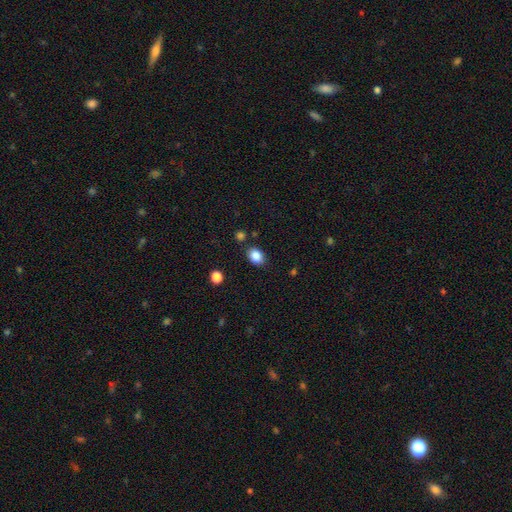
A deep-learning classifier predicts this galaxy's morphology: smooth-or-featured: smooth: 87% | star or artifact: 9% | featured or disk: 4%
  how-rounded: in between: 68% | round: 31% | cigar-shaped: 1%
  merging: none: 82% | minor disturbance: 11% | merger: 4% | major disturbance: 3%